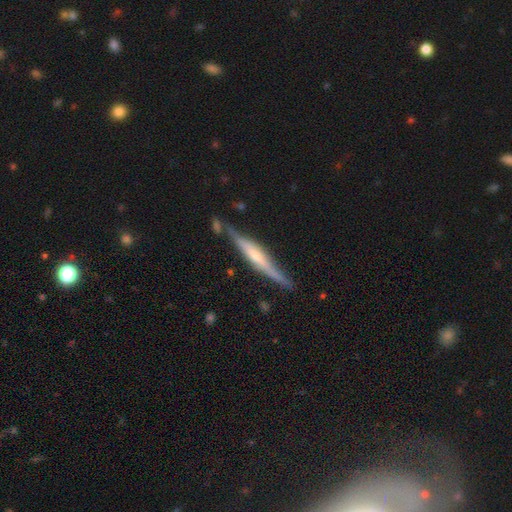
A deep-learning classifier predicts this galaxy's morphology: featured or disk 71%, smooth 24%, star or artifact 6%. Down the decision tree: edge-on disk — yes (96%); edge-on bulge — rounded (54%); merging — none (75%).